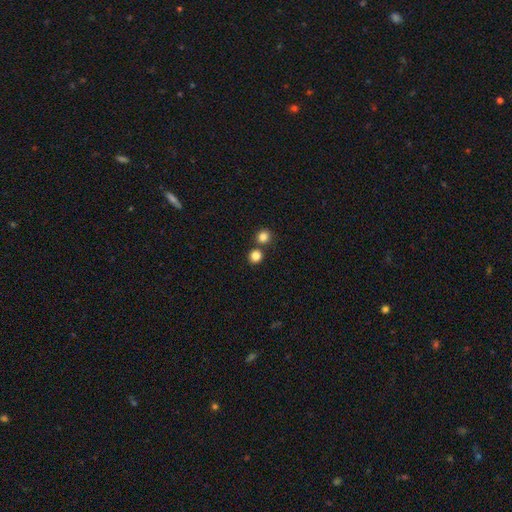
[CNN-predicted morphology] Smooth or featured? Predicted: smooth (p=0.83). How rounded? Predicted: round (p=0.89). Merging? Predicted: none (p=0.72).